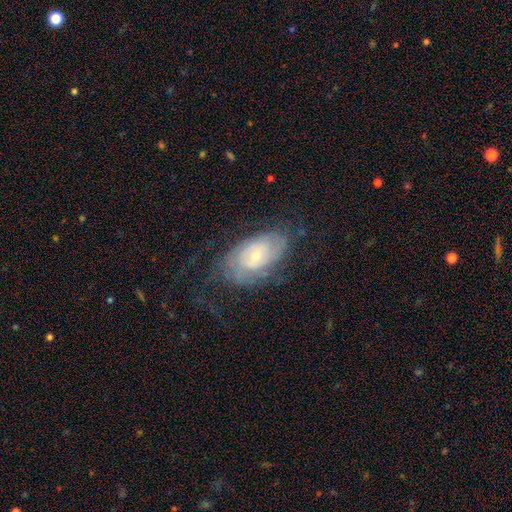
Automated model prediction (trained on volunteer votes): A featured or disk galaxy (70%) with no bar (69%), tight (64%) spiral arms (80%) and a small central bulge (58%). Merging: none (58%).